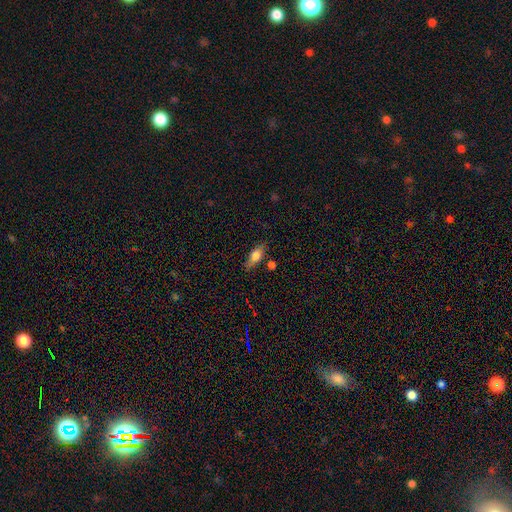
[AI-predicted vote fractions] Q: Smooth or featured?
A: smooth (64%); runner-up: featured or disk (28%)
Q: How rounded?
A: in between (65%); runner-up: cigar-shaped (31%)
Q: Merging?
A: none (77%); runner-up: minor disturbance (16%)